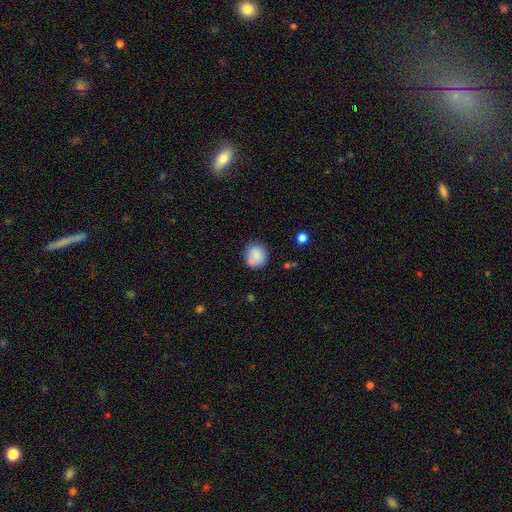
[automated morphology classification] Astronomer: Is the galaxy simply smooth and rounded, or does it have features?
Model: smooth — 83%.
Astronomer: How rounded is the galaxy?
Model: round — 87%.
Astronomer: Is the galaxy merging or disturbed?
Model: none — 70%.